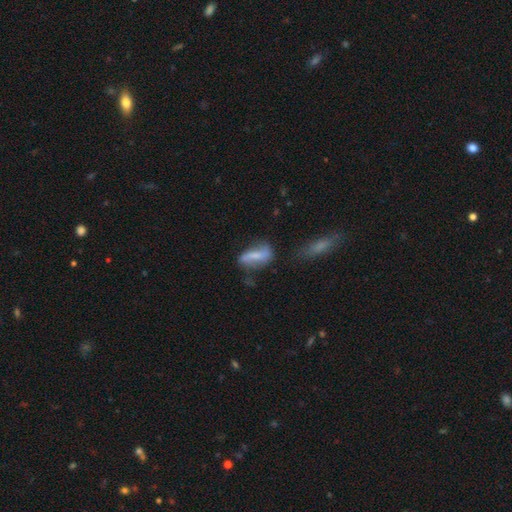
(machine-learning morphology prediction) type=smooth (46%); merging=none (51%).